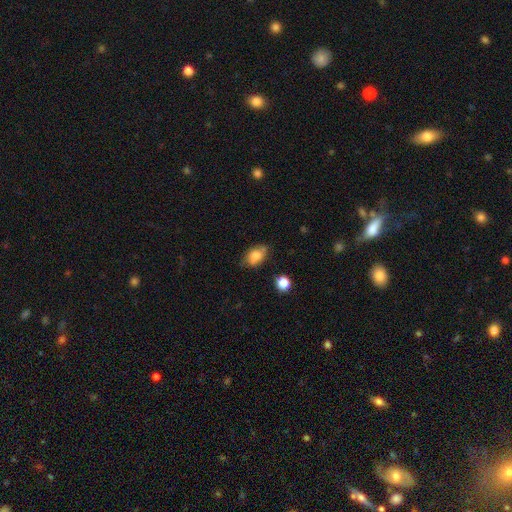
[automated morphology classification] This appears to be a smooth galaxy with no disk features (72%) that is in between round and cigar-shaped (84%). Merging: none (67%).